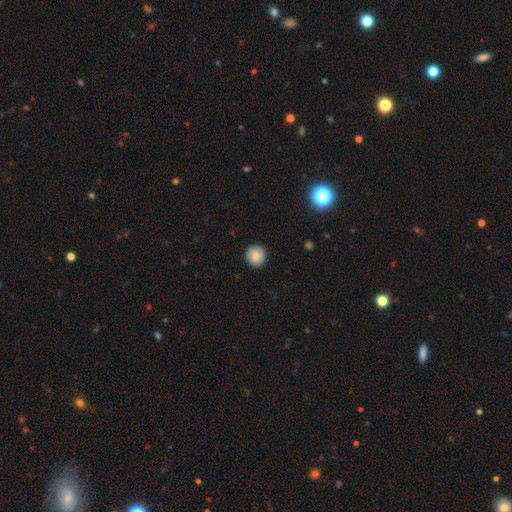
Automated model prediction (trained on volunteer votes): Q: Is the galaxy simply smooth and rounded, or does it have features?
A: smooth — 86%.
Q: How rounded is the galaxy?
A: round — 93%.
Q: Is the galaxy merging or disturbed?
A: none — 91%.